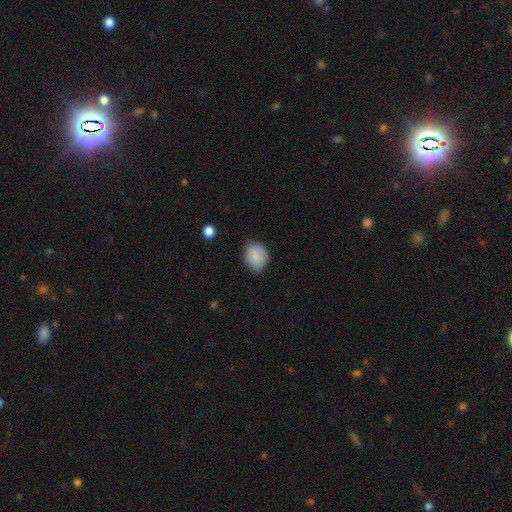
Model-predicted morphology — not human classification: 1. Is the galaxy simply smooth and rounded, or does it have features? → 86% smooth, 8% star or artifact, 6% featured or disk.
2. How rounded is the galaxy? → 50% round, 49% in between, 1% cigar-shaped.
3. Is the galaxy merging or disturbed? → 71% none, 24% minor disturbance, 4% major disturbance, 1% merger.